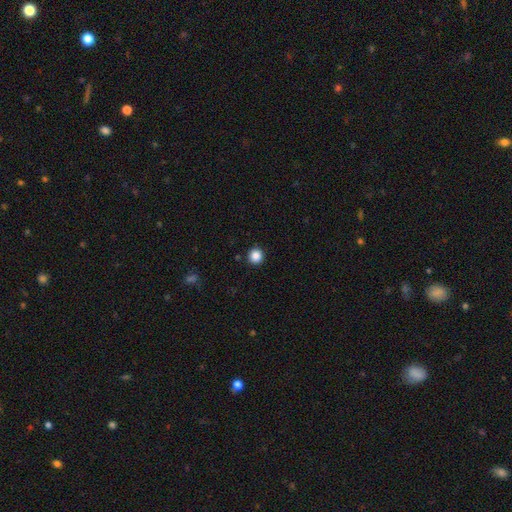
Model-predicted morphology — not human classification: smooth 86%, star or artifact 11%, featured or disk 3%. Down the decision tree: how rounded — round (95%); merging — none (93%).